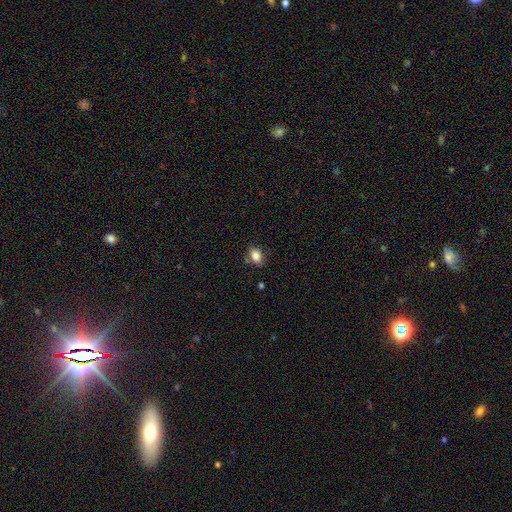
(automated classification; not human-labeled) Q: Smooth or featured?
A: smooth (85%); runner-up: star or artifact (9%)
Q: How rounded?
A: in between (77%); runner-up: round (22%)
Q: Merging?
A: none (79%); runner-up: minor disturbance (15%)